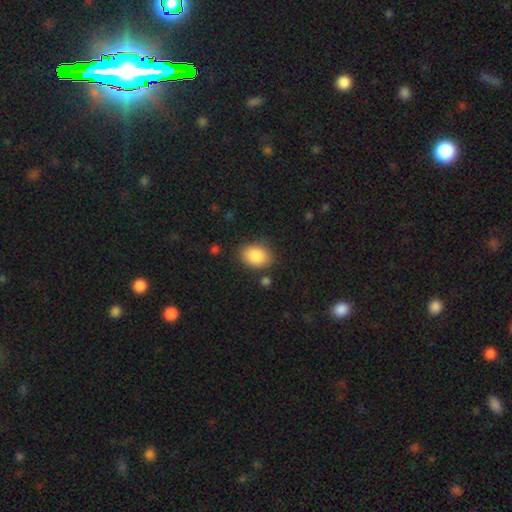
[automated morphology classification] Smooth or featured: smooth — 87% (star or artifact — 7%)
How rounded: in between — 72% (round — 27%)
Merging: none — 81% (minor disturbance — 13%)